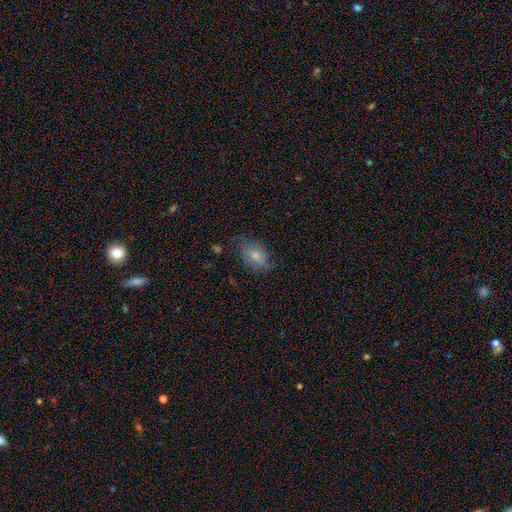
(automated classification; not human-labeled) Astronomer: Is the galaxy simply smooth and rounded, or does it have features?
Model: smooth — 74%.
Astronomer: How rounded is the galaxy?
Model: in between — 81%.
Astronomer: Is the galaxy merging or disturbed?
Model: none — 63%.